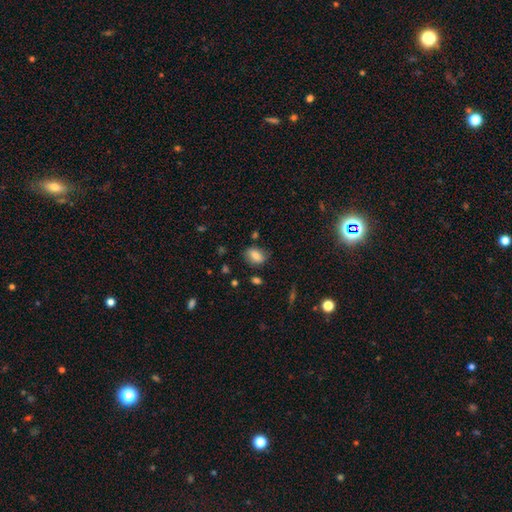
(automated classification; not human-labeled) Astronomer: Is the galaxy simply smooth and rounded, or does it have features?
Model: smooth — 77%.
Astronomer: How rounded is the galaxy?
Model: in between — 76%.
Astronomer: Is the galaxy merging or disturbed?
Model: none — 70%.